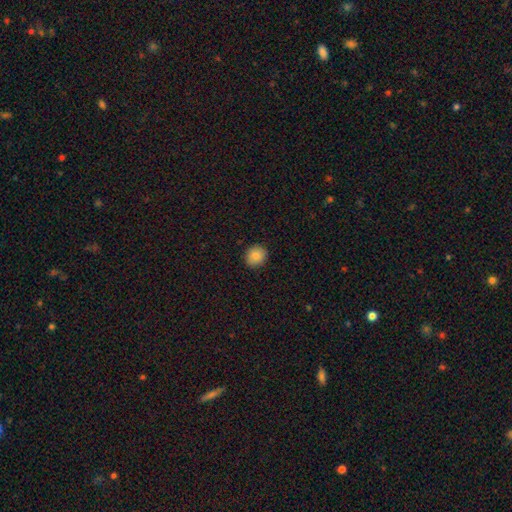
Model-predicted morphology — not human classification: A smooth galaxy with no disk features (84%) that is round (83%).

Vote fractions:
- Smooth or featured? smooth: 84% / star or artifact: 9% / featured or disk: 7%
- How rounded? round: 83% / in between: 16% / cigar-shaped: 1%
- Merging? none: 91% / minor disturbance: 6% / major disturbance: 2% / merger: 1%